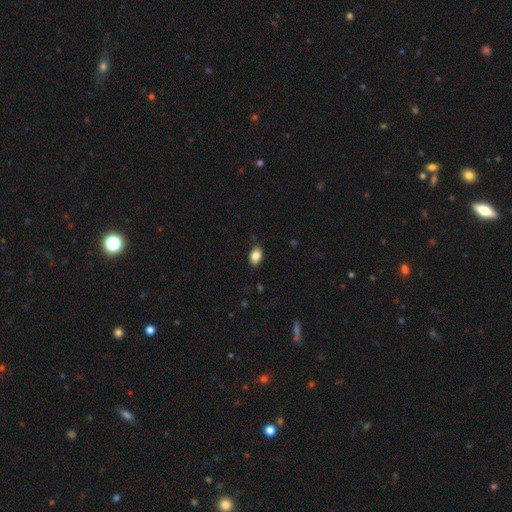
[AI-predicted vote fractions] Smooth or featured?
  - smooth: 85% *
  - star or artifact: 8%
  - featured or disk: 7%
How rounded?
  - in between: 87% *
  - round: 12%
  - cigar-shaped: 1%
Merging?
  - none: 86% *
  - minor disturbance: 11%
  - major disturbance: 2%
  - merger: 1%